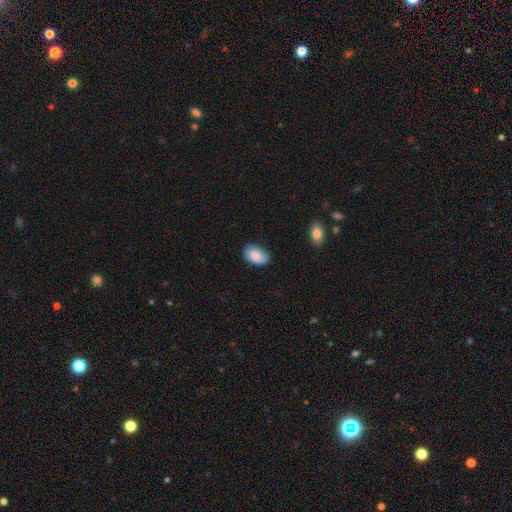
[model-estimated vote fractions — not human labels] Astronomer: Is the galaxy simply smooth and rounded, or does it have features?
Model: smooth — 84%.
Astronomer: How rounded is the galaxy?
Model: in between — 90%.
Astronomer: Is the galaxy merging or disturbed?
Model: none — 75%.